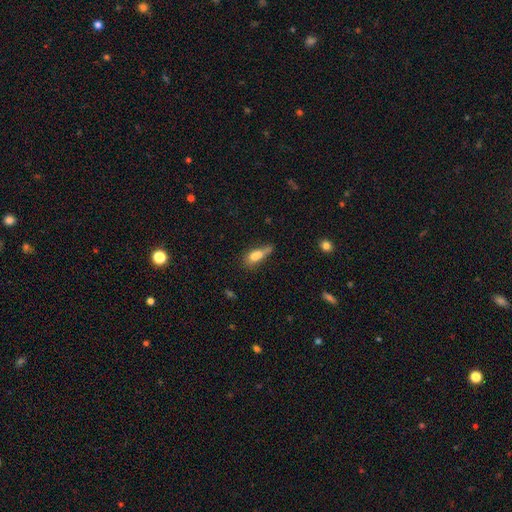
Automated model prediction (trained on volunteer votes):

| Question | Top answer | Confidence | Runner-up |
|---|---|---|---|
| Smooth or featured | smooth | 67% | featured or disk (22%) |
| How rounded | in between | 59% | cigar-shaped (23%) |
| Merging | merger | 45% | none (26%) |